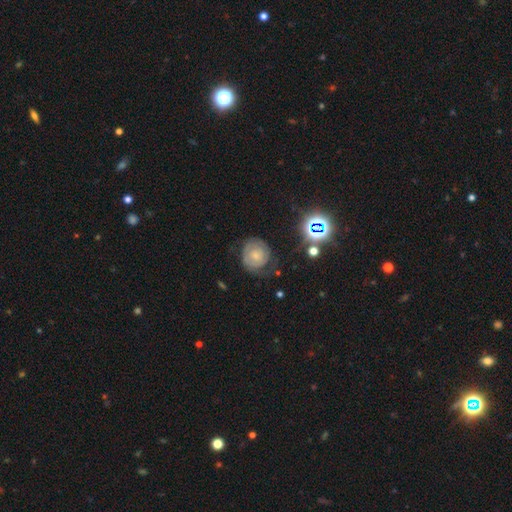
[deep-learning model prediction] A featured or disk galaxy (59%) with no bar (78%), spiral arms (79%) and a small central bulge (60%). Merging: none (60%).